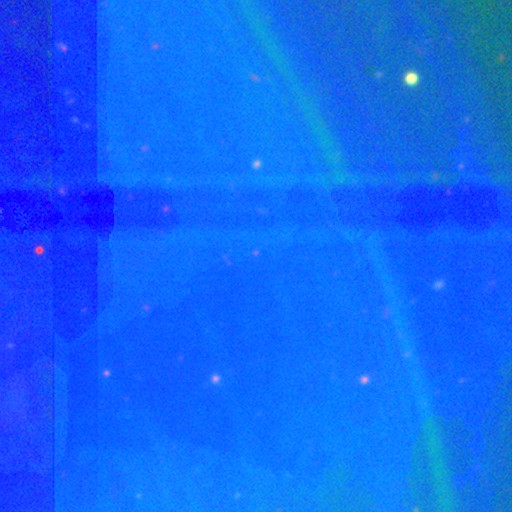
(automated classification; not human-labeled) A star or artifact, not a galaxy (83%).

Vote fractions:
- Smooth or featured? star or artifact: 83% / smooth: 9% / featured or disk: 8%